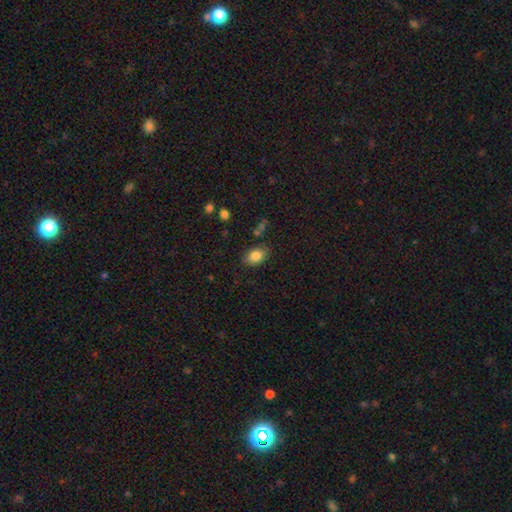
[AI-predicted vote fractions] smooth_or_featured: smooth (p=0.83) [alt: star or artifact p=0.08]
how_rounded: in between (p=0.85) [alt: round p=0.14]
merging: none (p=0.81) [alt: minor disturbance p=0.13]